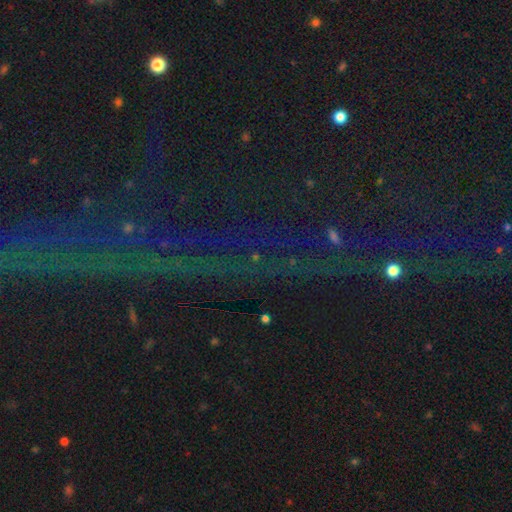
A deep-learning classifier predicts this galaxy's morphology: A star or artifact, not a galaxy (82%).

Vote fractions:
- Smooth or featured? star or artifact: 82% / featured or disk: 9% / smooth: 9%